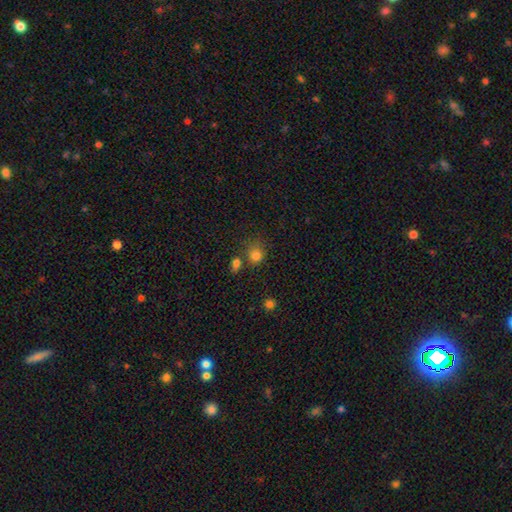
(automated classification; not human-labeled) This is likely a smooth galaxy (80%). How rounded: likely round (78%). Merging: possibly none (60%).